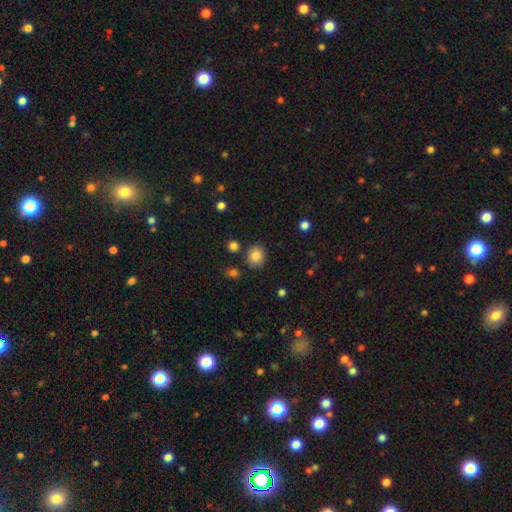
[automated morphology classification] smooth 85%, star or artifact 10%, featured or disk 5%. Down the decision tree: how rounded — round (67%); merging — none (83%).